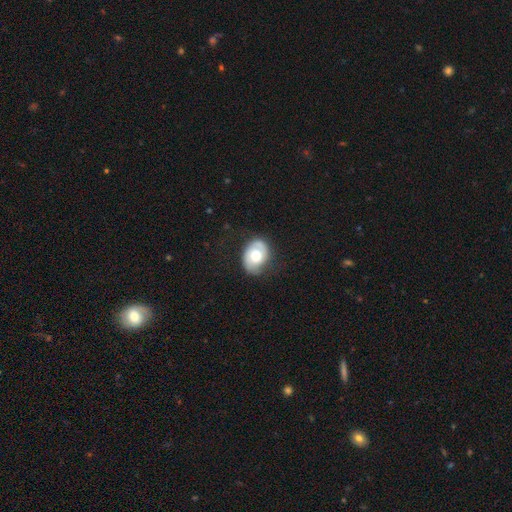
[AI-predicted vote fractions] The model was most divided on "smooth or featured": smooth: 54%, featured or disk: 40%, star or artifact: 6%. More confident: merging — none (68%); how rounded — in between (66%).